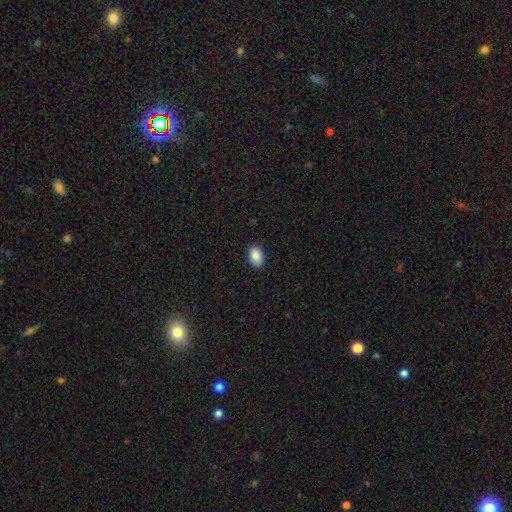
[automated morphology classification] smooth_or_featured: smooth (p=0.90) [alt: star or artifact p=0.07]
how_rounded: in between (p=0.87) [alt: round p=0.12]
merging: none (p=0.90) [alt: minor disturbance p=0.07]